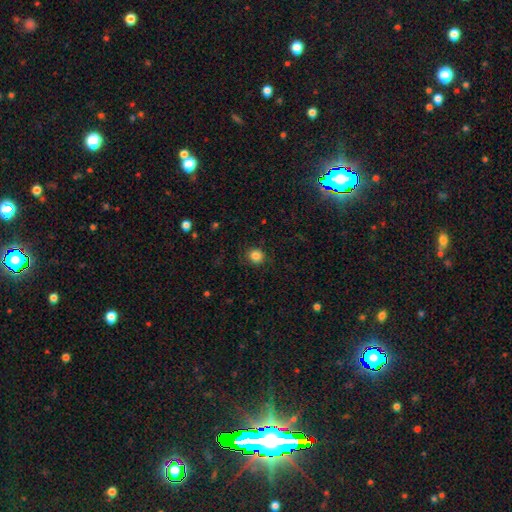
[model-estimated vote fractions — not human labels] The model was most divided on "smooth or featured": smooth: 84%, star or artifact: 11%, featured or disk: 4%. More confident: how rounded — round (90%); merging — none (86%).